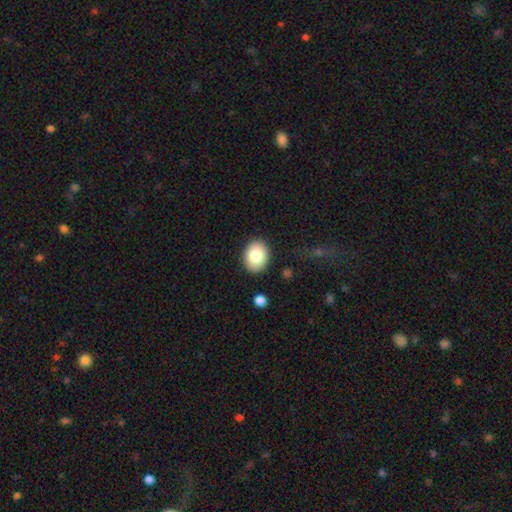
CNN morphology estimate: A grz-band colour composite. It shows a smooth galaxy with no disk features (82%) that is in between round and cigar-shaped (61%). Merging: none (87%).